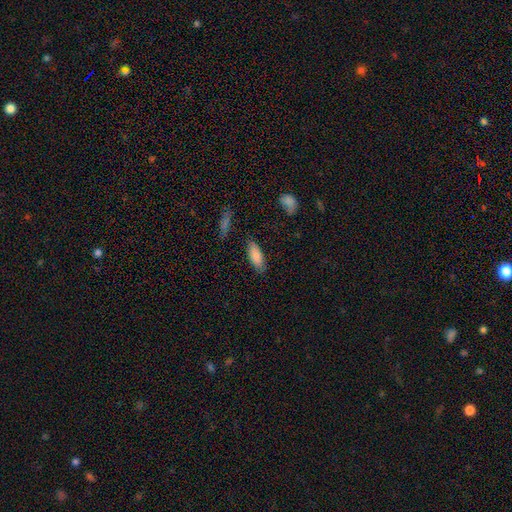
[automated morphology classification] smooth_or_featured: smooth (p=0.85) [alt: featured or disk p=0.07]
how_rounded: in between (p=0.76) [alt: cigar-shaped p=0.22]
merging: none (p=0.81) [alt: minor disturbance p=0.14]